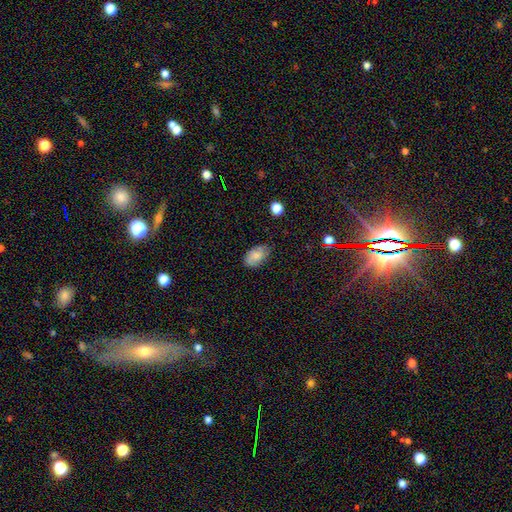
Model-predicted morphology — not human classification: This is likely a smooth galaxy (78%). How rounded: clearly in between (92%). Merging: likely none (74%).